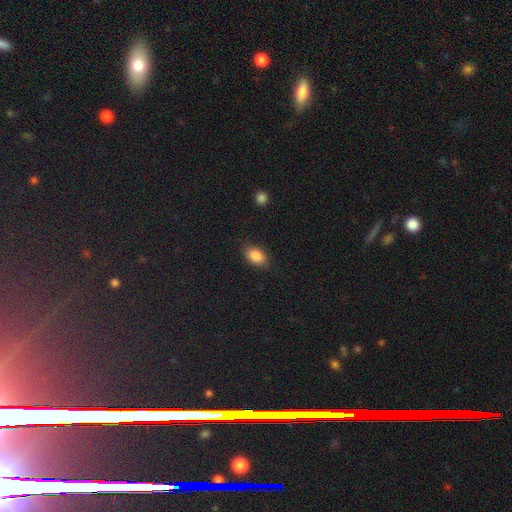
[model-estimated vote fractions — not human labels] Smooth or featured? smooth (86%)
How rounded? in between (89%)
Merging? none (82%)